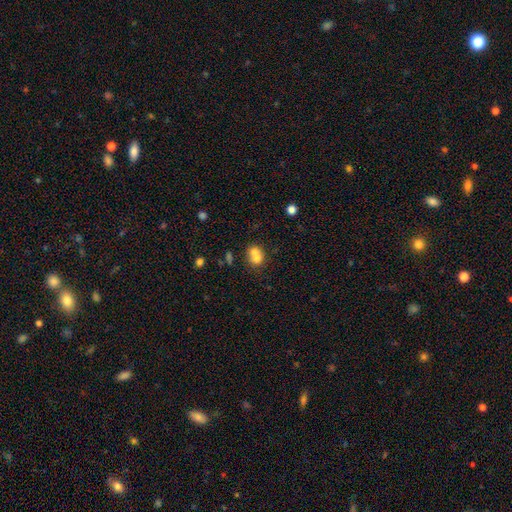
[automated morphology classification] Smooth or featured? smooth (69%)
How rounded? round (59%)
Merging? merger (63%)